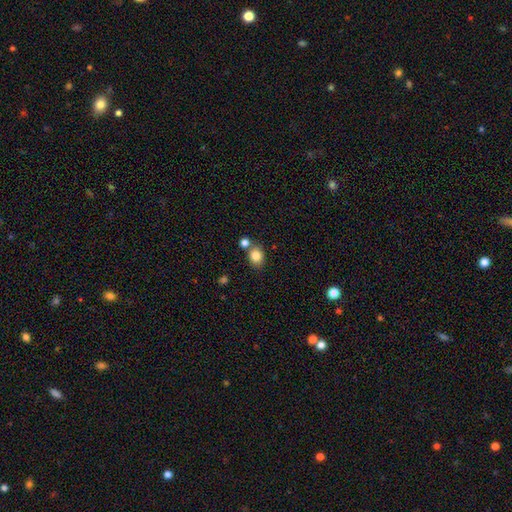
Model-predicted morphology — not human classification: type=smooth (84%); roundness=round (59%); merging=none (66%).